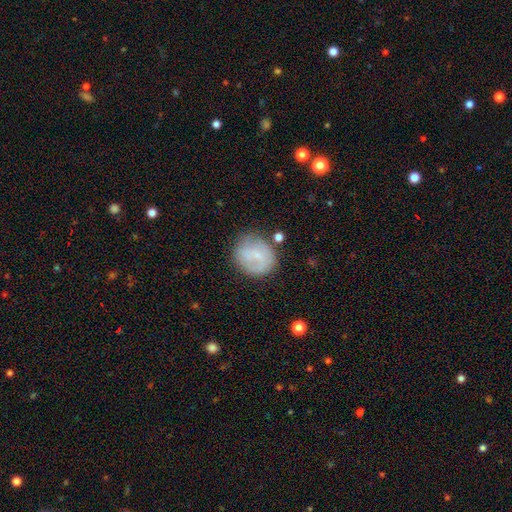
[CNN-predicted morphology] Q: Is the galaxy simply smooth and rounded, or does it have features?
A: smooth — 56%.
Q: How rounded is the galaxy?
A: round — 78%.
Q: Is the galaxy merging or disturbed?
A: none — 65%.